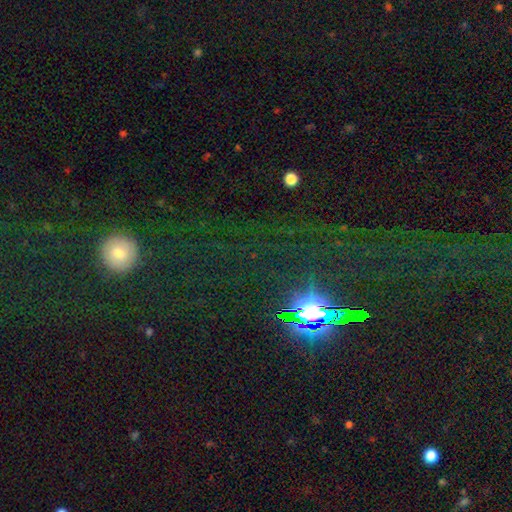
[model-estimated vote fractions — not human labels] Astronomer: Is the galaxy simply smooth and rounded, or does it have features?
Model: star or artifact — 62%.